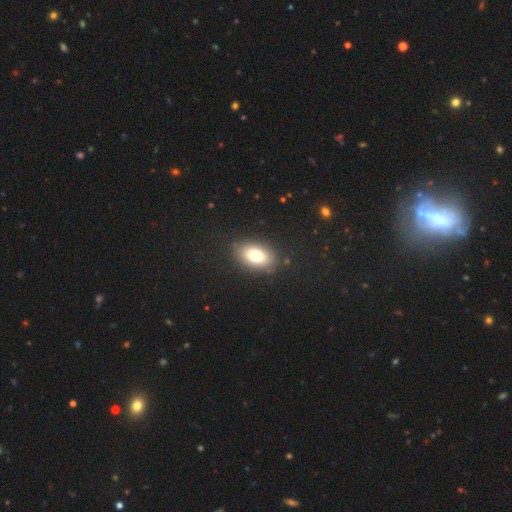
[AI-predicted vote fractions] smooth 76%, featured or disk 14%, star or artifact 10%. Down the decision tree: how rounded — in between (87%); merging — none (85%).